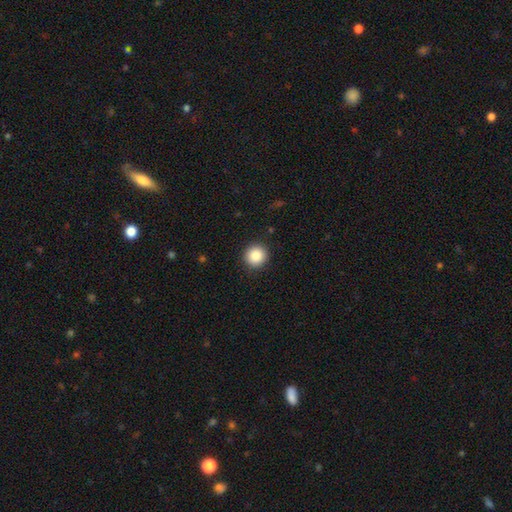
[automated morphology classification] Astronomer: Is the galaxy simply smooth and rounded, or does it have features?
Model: smooth — 87%.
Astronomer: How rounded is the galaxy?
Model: round — 94%.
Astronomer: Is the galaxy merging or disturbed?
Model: none — 92%.